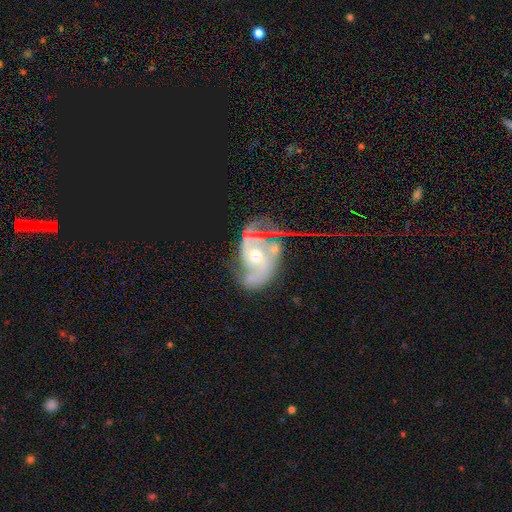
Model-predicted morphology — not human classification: This is clearly a featured or disk galaxy (85%). It is clearly not viewed edge-on (97%). Bar: possibly no (60%). Spiral arm pattern: clearly yes (93%). Spiral arm count: likely 2 (68%). Spiral winding: possibly medium (45%). Central bulge: possibly moderate (57%). Merging: marginally none (41%).